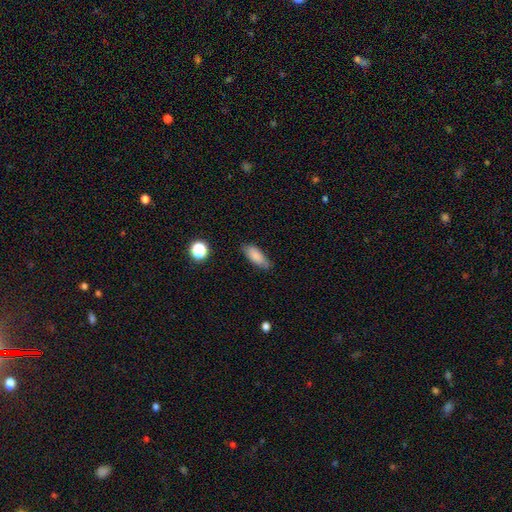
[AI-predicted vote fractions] A smooth galaxy with no disk features (84%) that is in between round and cigar-shaped (74%). Merging: none (78%).